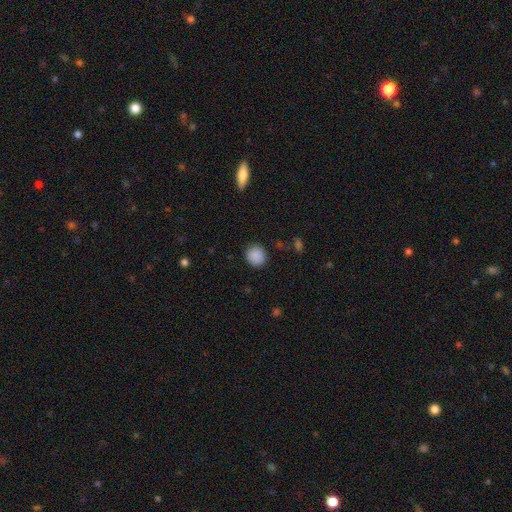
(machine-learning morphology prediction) Smooth or featured: smooth — 89% (star or artifact — 9%)
How rounded: round — 90% (in between — 9%)
Merging: none — 89% (minor disturbance — 7%)